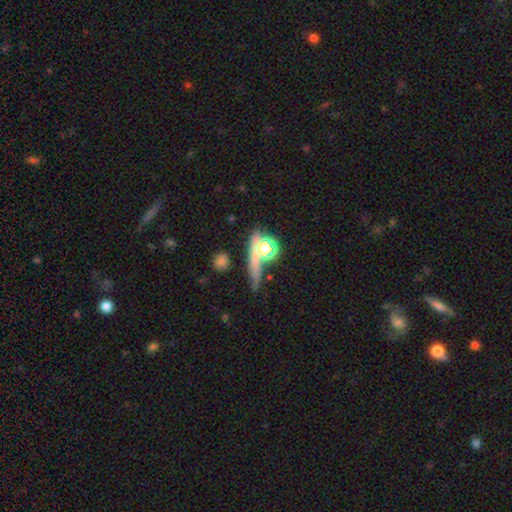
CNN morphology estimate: Smooth or featured: star or artifact — 42% (smooth — 39%)